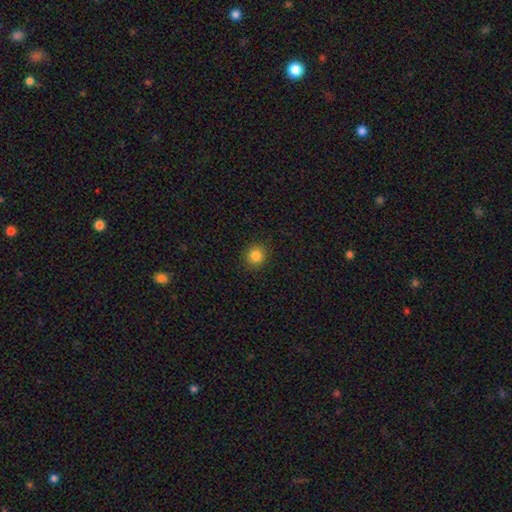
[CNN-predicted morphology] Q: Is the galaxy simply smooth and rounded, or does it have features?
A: smooth — 84%.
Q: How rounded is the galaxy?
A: round — 91%.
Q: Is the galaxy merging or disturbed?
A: none — 91%.